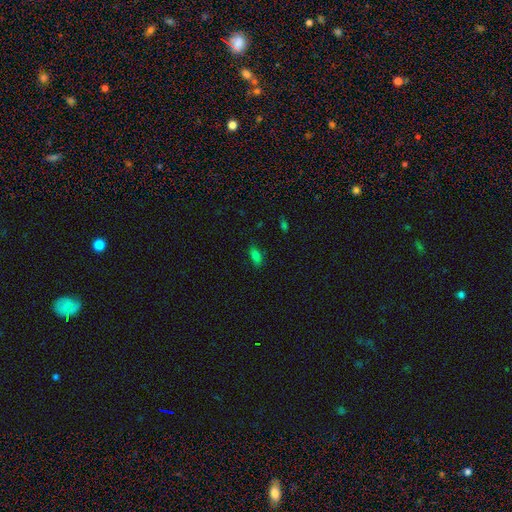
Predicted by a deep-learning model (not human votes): Overall: smooth (74%). How rounded: in between (81%). Merging: none (79%).